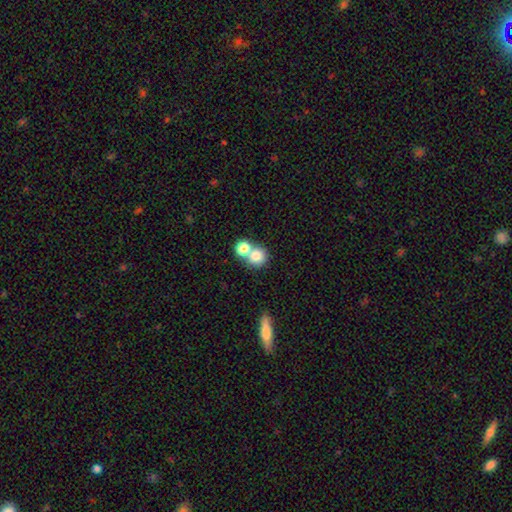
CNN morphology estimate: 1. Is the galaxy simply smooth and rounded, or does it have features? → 78% smooth, 12% star or artifact, 10% featured or disk.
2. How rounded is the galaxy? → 86% round, 13% in between, 1% cigar-shaped.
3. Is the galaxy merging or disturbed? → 47% merger, 44% none, 6% minor disturbance, 3% major disturbance.